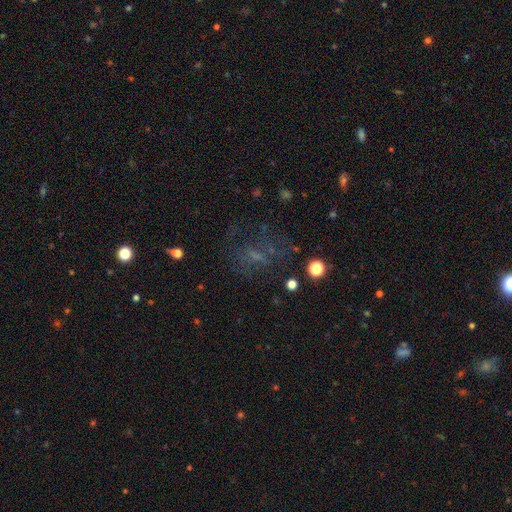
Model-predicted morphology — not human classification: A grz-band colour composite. It shows a smooth galaxy with no disk features (35%). Merging: none (54%).